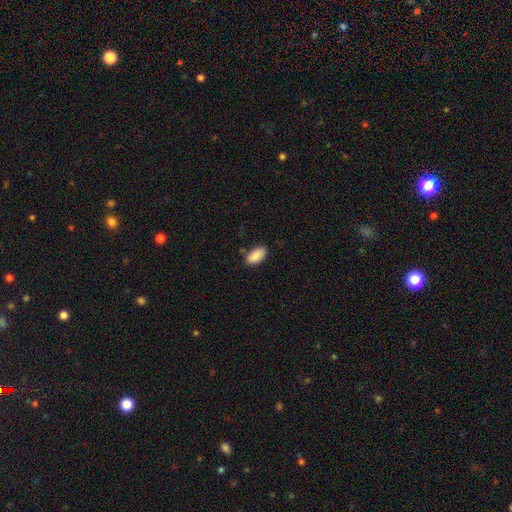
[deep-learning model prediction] A smooth galaxy with no disk features (89%) that is in between round and cigar-shaped (93%).

Vote fractions:
- Smooth or featured? smooth: 89% / star or artifact: 6% / featured or disk: 5%
- How rounded? in between: 93% / cigar-shaped: 4% / round: 3%
- Merging? none: 82% / minor disturbance: 13% / merger: 3% / major disturbance: 3%